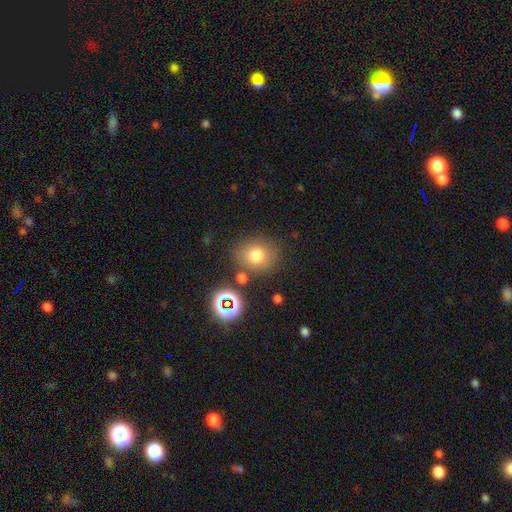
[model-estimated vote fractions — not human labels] Smooth or featured?
  - smooth: 76% *
  - star or artifact: 14%
  - featured or disk: 10%
How rounded?
  - round: 74% *
  - in between: 25%
  - cigar-shaped: 1%
Merging?
  - none: 76% *
  - minor disturbance: 12%
  - merger: 8%
  - major disturbance: 5%